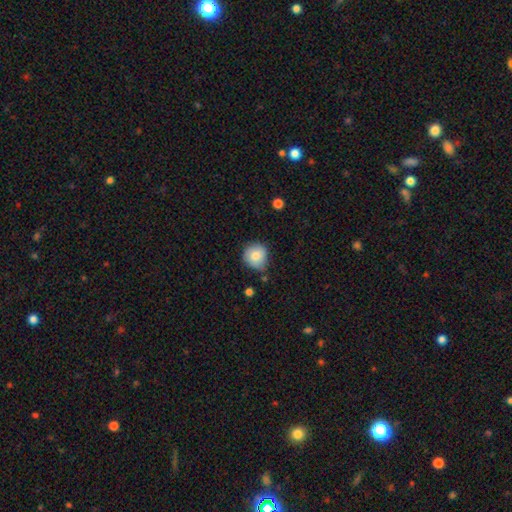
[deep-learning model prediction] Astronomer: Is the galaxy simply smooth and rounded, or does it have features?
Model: smooth — 82%.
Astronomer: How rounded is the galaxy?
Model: round — 90%.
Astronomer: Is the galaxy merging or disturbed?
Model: none — 69%.